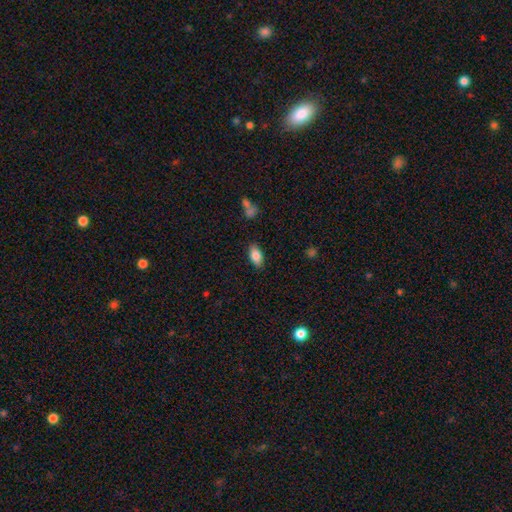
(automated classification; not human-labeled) Q: Smooth or featured?
A: smooth (84%); runner-up: featured or disk (9%)
Q: How rounded?
A: in between (91%); runner-up: cigar-shaped (5%)
Q: Merging?
A: none (86%); runner-up: minor disturbance (10%)